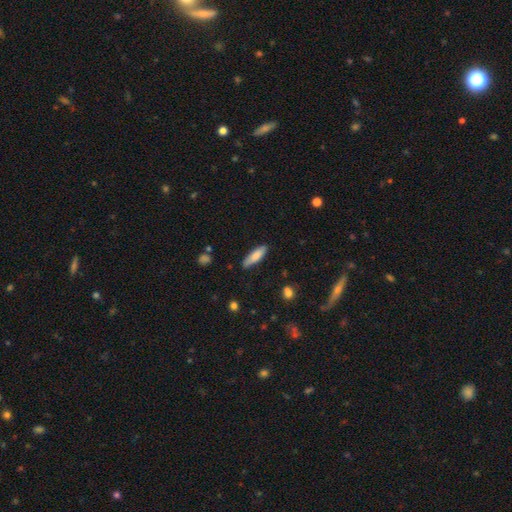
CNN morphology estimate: The model was most divided on "how rounded": cigar-shaped: 60%, in between: 39%, round: 2%. More confident: merging — none (82%); smooth or featured — smooth (77%).